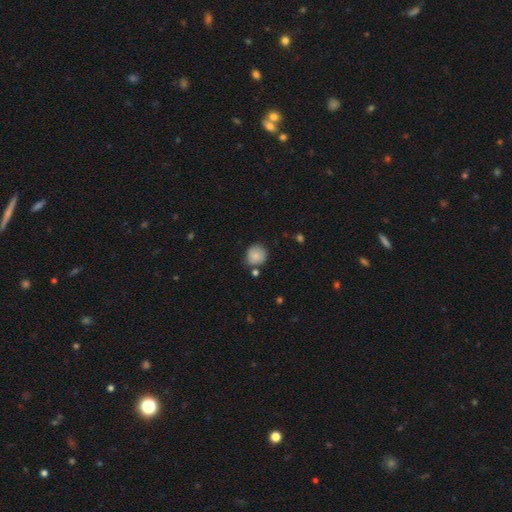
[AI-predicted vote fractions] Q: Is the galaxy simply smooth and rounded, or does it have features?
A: smooth — 84%.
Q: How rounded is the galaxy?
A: round — 89%.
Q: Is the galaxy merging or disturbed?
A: none — 75%.